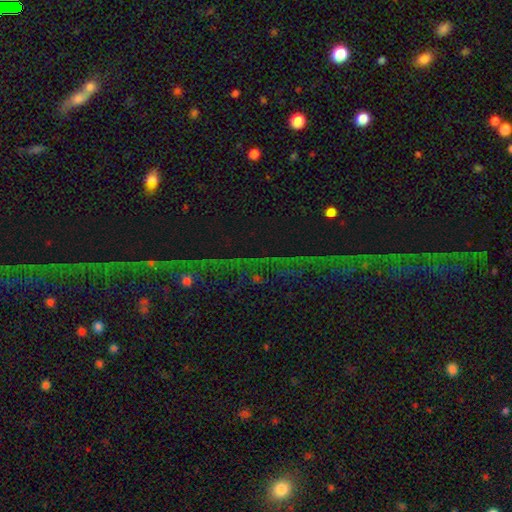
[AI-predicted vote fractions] Smooth or featured?
  - star or artifact: 72% *
  - featured or disk: 15%
  - smooth: 14%